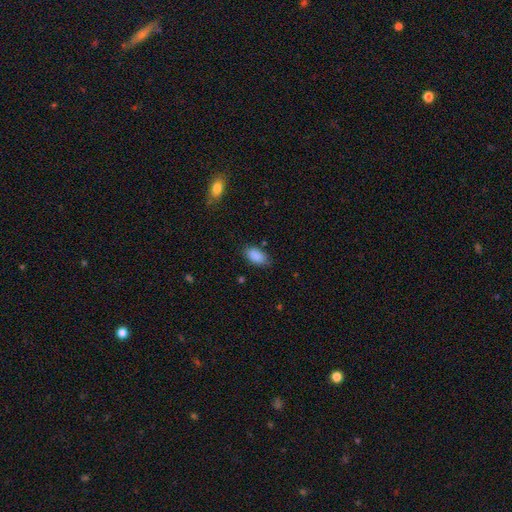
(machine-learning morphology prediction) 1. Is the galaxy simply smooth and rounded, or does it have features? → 89% smooth, 7% star or artifact, 4% featured or disk.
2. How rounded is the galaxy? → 93% in between, 4% round, 3% cigar-shaped.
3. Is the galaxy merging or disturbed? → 79% none, 16% minor disturbance, 3% major disturbance, 1% merger.